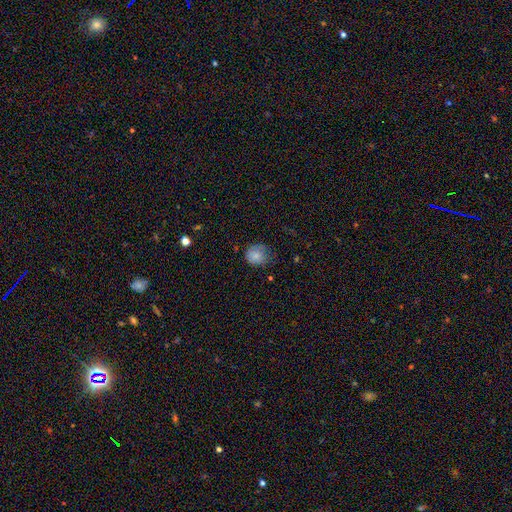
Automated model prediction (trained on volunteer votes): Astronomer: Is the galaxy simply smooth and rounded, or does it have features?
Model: smooth — 83%.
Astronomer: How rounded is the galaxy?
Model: round — 81%.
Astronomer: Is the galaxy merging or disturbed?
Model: none — 60%.